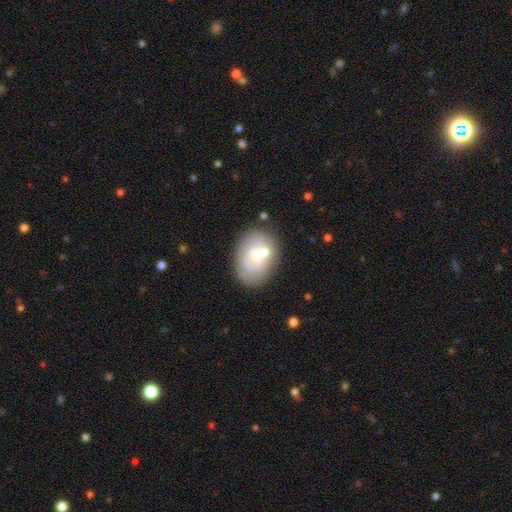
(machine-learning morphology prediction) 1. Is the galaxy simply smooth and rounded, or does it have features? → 46% featured or disk, 45% smooth, 8% star or artifact.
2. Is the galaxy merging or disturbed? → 55% none, 20% minor disturbance, 17% merger, 8% major disturbance.